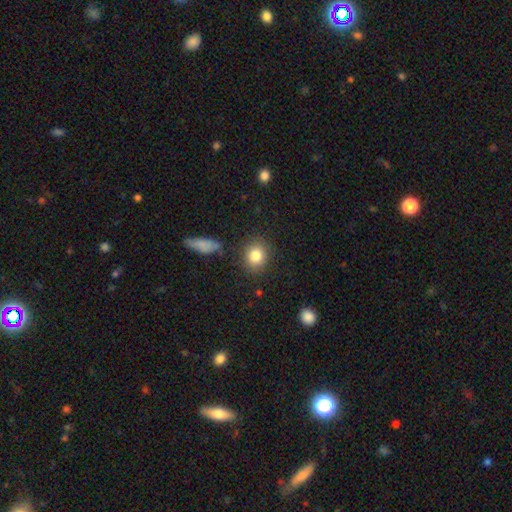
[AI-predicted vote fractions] smooth-or-featured: smooth: 83% | star or artifact: 10% | featured or disk: 8%
  how-rounded: round: 73% | in between: 26% | cigar-shaped: 1%
  merging: none: 85% | minor disturbance: 9% | major disturbance: 3% | merger: 3%